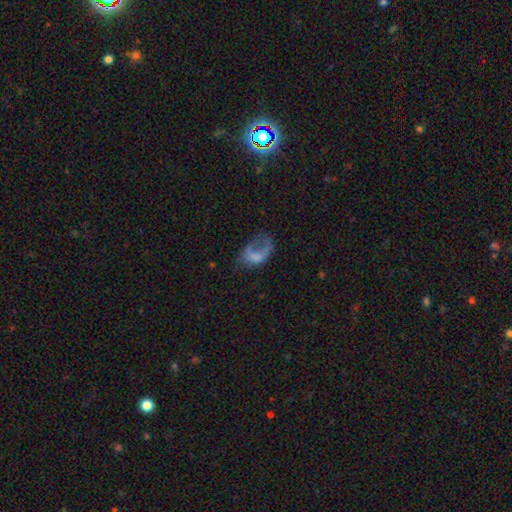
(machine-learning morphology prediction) A smooth galaxy with no disk features (48%). Merging: major disturbance (55%).